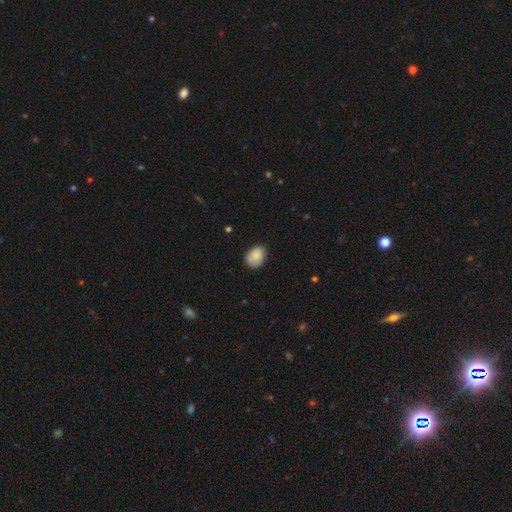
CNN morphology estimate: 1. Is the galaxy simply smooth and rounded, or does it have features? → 85% smooth, 8% star or artifact, 7% featured or disk.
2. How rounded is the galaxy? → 66% in between, 33% round, 1% cigar-shaped.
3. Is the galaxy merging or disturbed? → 71% none, 24% minor disturbance, 4% major disturbance, 1% merger.